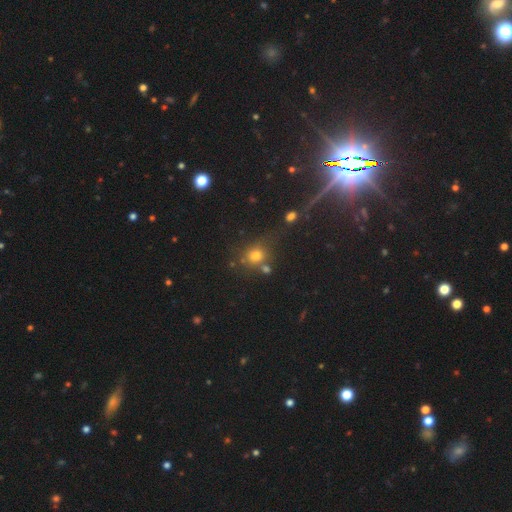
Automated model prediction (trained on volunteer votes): The model was most divided on "merging": none: 57%, merger: 21%, minor disturbance: 14%, major disturbance: 8%. More confident: how rounded — round (76%); smooth or featured — smooth (67%).